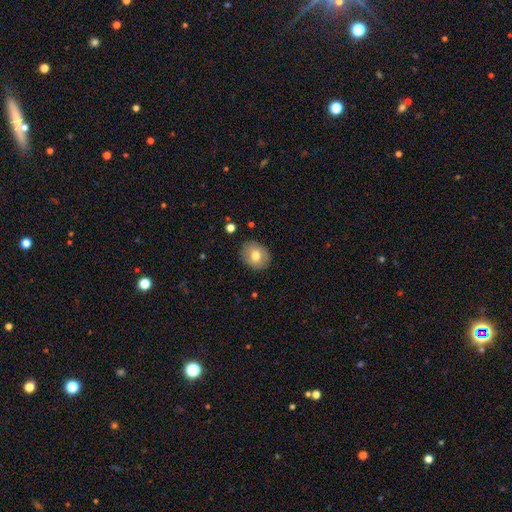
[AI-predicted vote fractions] smooth 73%, featured or disk 18%, star or artifact 8%. Down the decision tree: how rounded — round (50%); merging — none (86%).